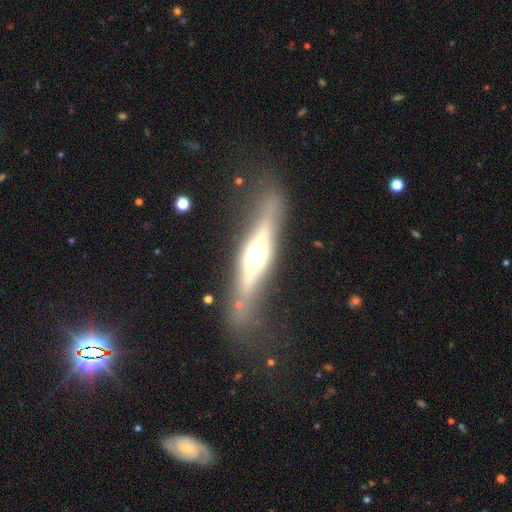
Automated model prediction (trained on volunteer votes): Smooth or featured? featured or disk (70%)
Edge-on disk? yes (87%)
Edge-on bulge? rounded (85%)
Merging? none (68%)